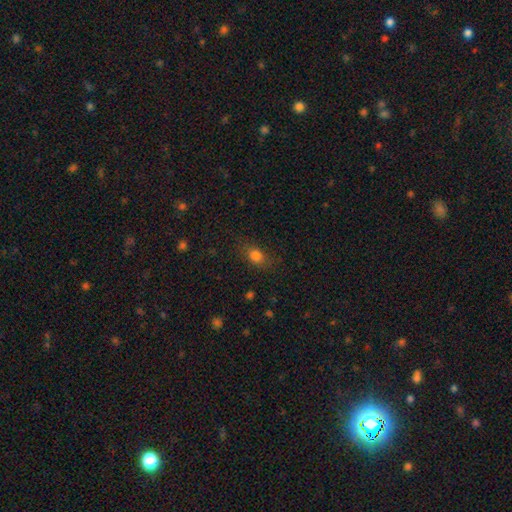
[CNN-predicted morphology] A smooth galaxy with no disk features (79%) that is in between round and cigar-shaped (62%). Merging: none (77%).